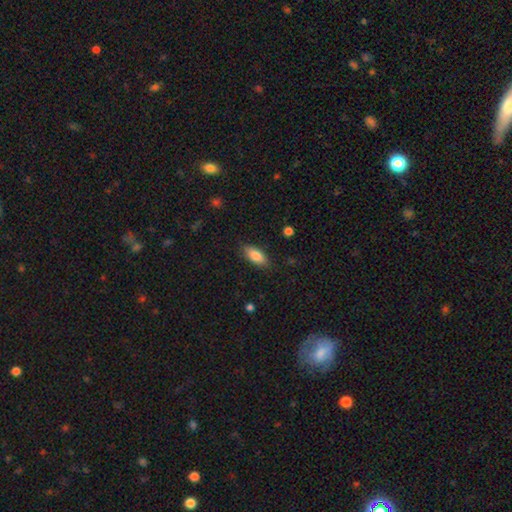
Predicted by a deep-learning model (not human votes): Smooth or featured?
  - smooth: 84% *
  - featured or disk: 10%
  - star or artifact: 7%
How rounded?
  - in between: 83% *
  - cigar-shaped: 15%
  - round: 2%
Merging?
  - none: 84% *
  - minor disturbance: 12%
  - major disturbance: 3%
  - merger: 1%